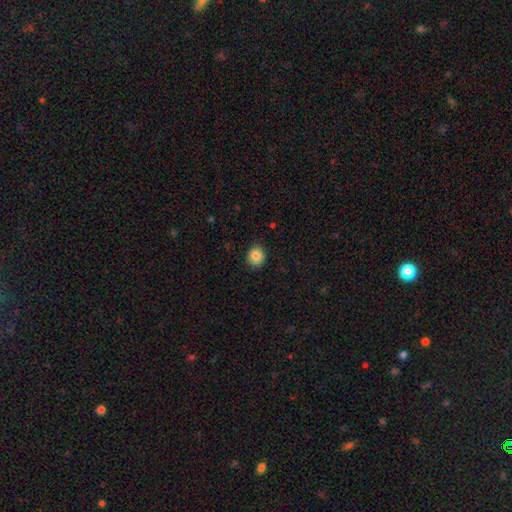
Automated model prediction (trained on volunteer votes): Q: Smooth or featured?
A: smooth (83%); runner-up: star or artifact (9%)
Q: How rounded?
A: round (72%); runner-up: in between (27%)
Q: Merging?
A: none (81%); runner-up: minor disturbance (15%)